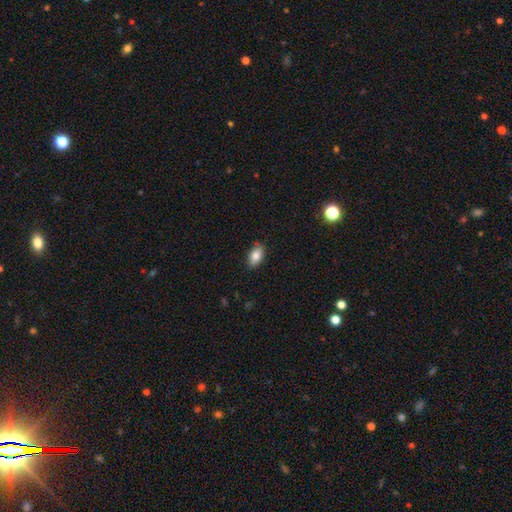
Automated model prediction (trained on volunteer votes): A smooth galaxy with no disk features (82%) that is in between round and cigar-shaped (91%).

Vote fractions:
- Smooth or featured? smooth: 82% / featured or disk: 10% / star or artifact: 8%
- How rounded? in between: 91% / round: 5% / cigar-shaped: 4%
- Merging? none: 84% / minor disturbance: 13% / major disturbance: 2% / merger: 1%